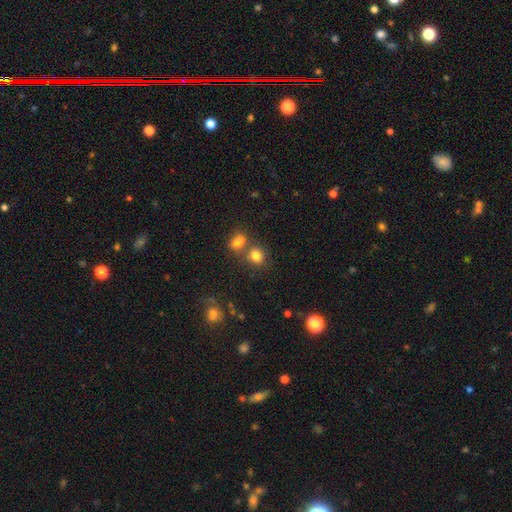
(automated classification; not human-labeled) Morphology: type=smooth (79%); roundness=round (61%); merging=none (53%).